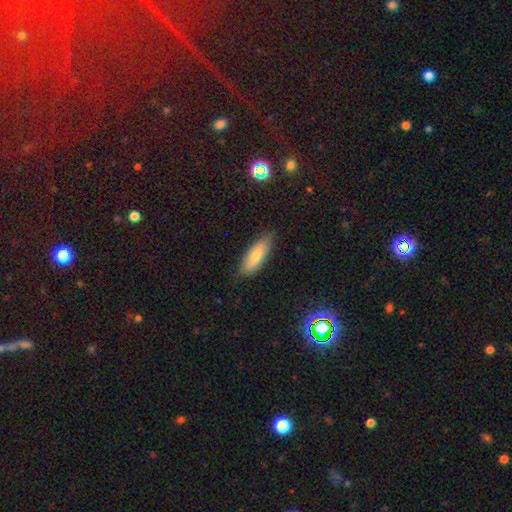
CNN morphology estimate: This appears to be a smooth galaxy with no disk features (73%) that is in between round and cigar-shaped (64%). Merging: none (81%).